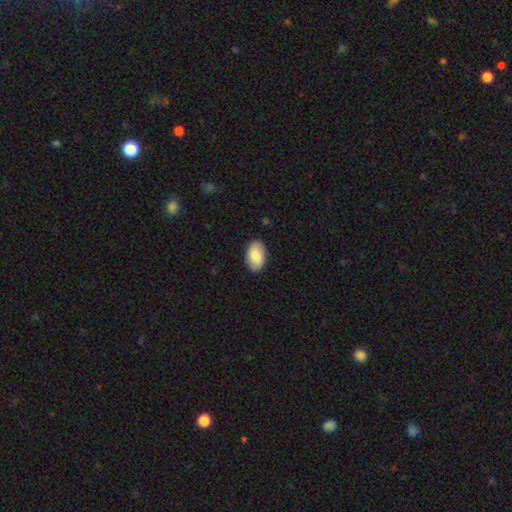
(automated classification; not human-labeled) A smooth galaxy with no disk features (79%) that is in between round and cigar-shaped (93%). Merging: none (88%).